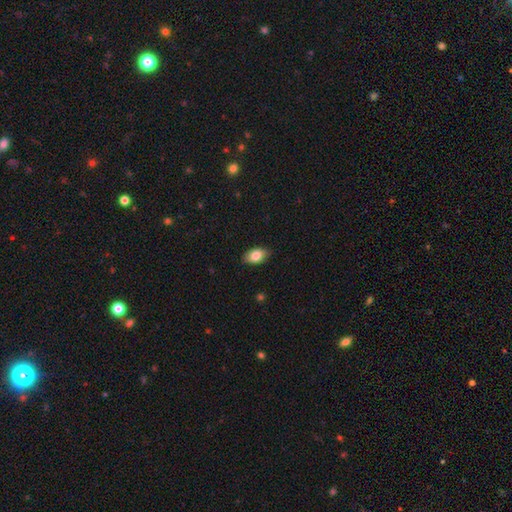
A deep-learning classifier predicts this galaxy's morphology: Smooth or featured? smooth (82%)
How rounded? in between (90%)
Merging? none (86%)